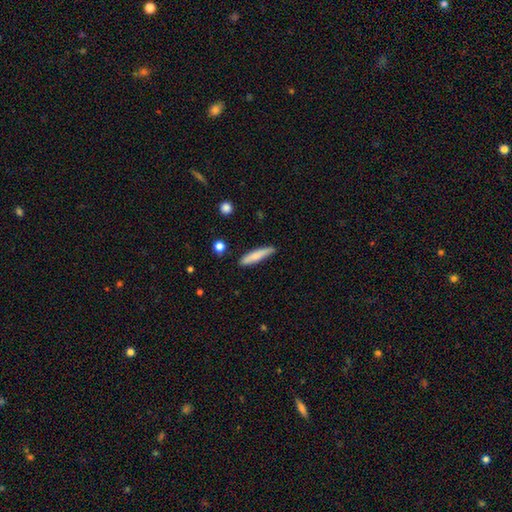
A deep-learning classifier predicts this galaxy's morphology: smooth 76%, featured or disk 18%, star or artifact 6%. Down the decision tree: how rounded — cigar-shaped (85%); merging — none (81%).